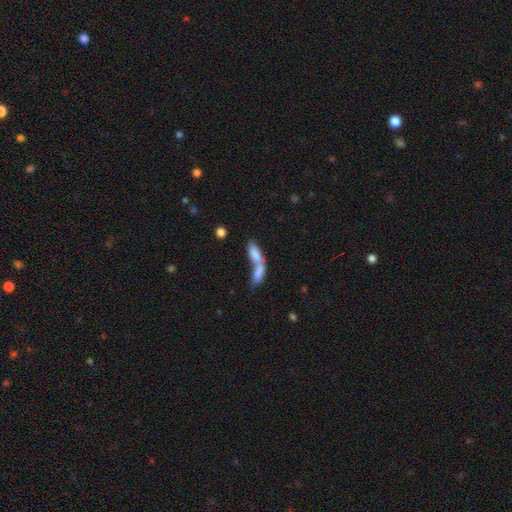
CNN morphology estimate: The model was most divided on "how rounded": in between: 72%, cigar-shaped: 25%, round: 3%. More confident: smooth or featured — smooth (79%); merging — merger (72%).